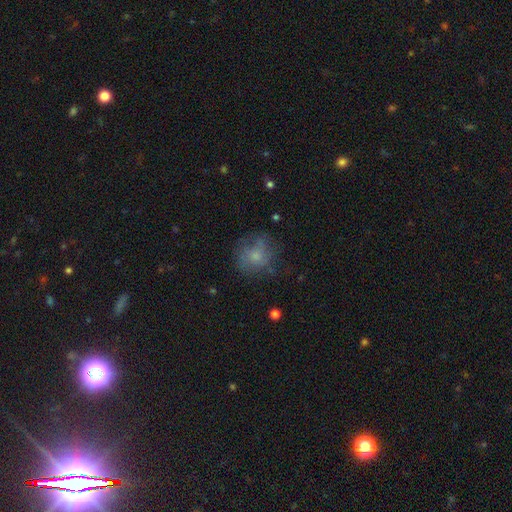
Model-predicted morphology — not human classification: Smooth or featured?
  - smooth: 64% *
  - featured or disk: 25%
  - star or artifact: 12%
How rounded?
  - round: 80% *
  - in between: 19%
  - cigar-shaped: 1%
Merging?
  - none: 59% *
  - minor disturbance: 22%
  - major disturbance: 16%
  - merger: 2%